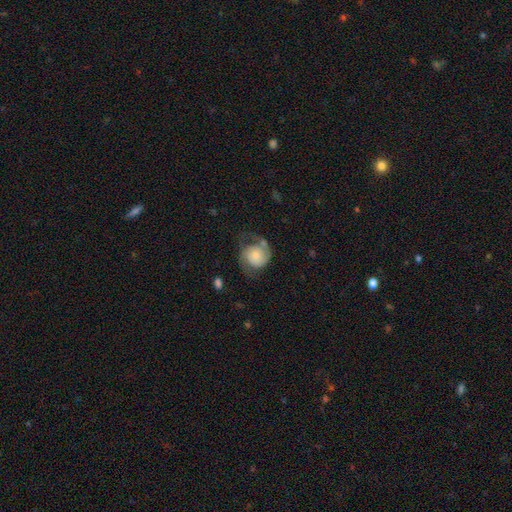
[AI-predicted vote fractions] Smooth or featured: featured or disk — 72% (smooth — 21%)
Edge-on disk: no — 98% (yes — 2%)
Bar: no — 74% (weak — 21%)
Spiral arms: yes — 94% (no — 6%)
Spiral winding: medium — 46% (tight — 29%)
Spiral arm count: 2 — 87% (1 — 5%)
Bulge size: small — 36% (moderate — 22%)
Merging: none — 60% (minor disturbance — 21%)